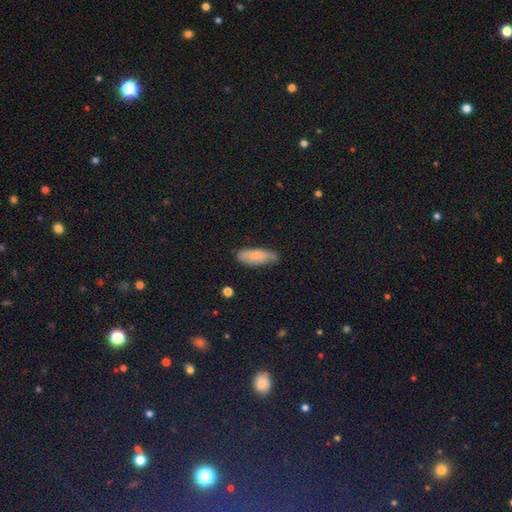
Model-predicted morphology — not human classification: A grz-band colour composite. It shows a smooth galaxy with no disk features (75%) that is in between round and cigar-shaped (67%). Merging: none (68%).